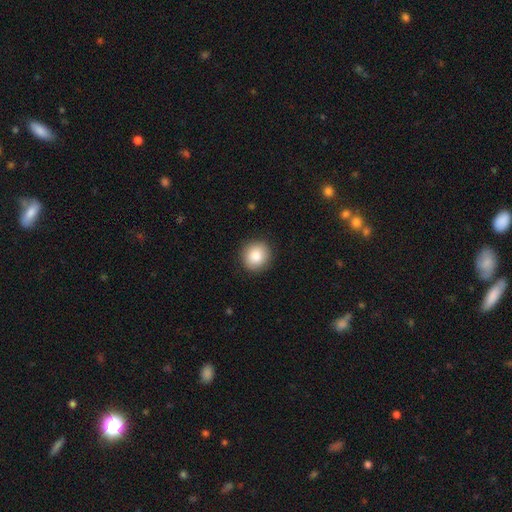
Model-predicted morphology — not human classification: The model was most divided on "smooth or featured": smooth: 85%, star or artifact: 8%, featured or disk: 7%. More confident: merging — none (91%); how rounded — round (89%).